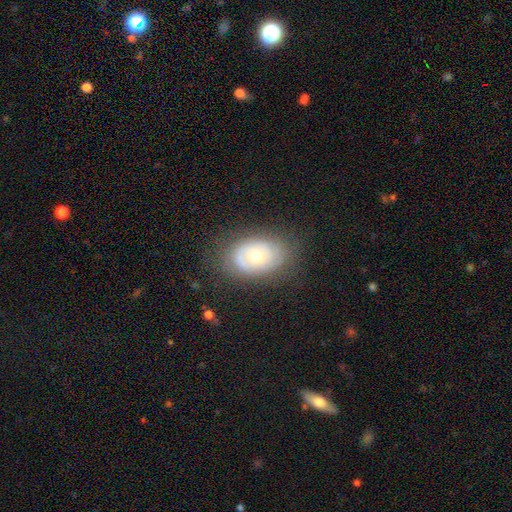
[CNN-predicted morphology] This is possibly a featured or disk galaxy (55%). It is clearly not viewed edge-on (93%). Bar: clearly no (85%). Spiral arm pattern: possibly yes (53%). Central bulge: likely moderate (68%). Merging: likely none (75%).